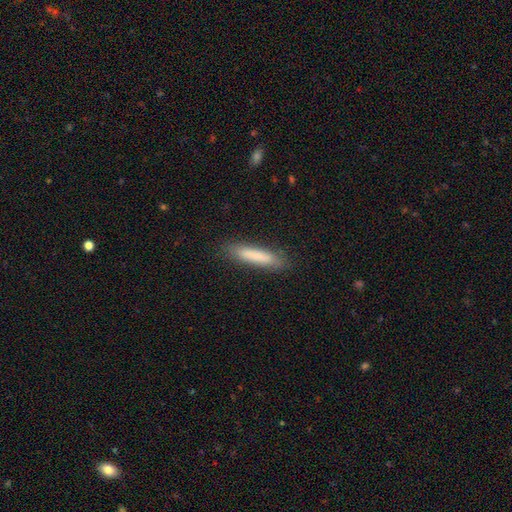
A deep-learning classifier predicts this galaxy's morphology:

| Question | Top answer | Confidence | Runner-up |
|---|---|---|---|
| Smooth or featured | smooth | 82% | featured or disk (12%) |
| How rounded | cigar-shaped | 89% | in between (10%) |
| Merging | none | 87% | minor disturbance (10%) |